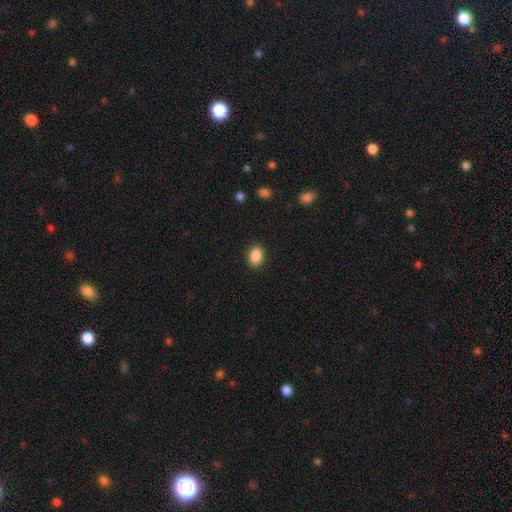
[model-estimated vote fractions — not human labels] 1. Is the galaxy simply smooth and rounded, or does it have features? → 88% smooth, 8% star or artifact, 4% featured or disk.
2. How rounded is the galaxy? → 75% in between, 23% round, 1% cigar-shaped.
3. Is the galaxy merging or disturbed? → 89% none, 8% minor disturbance, 2% major disturbance, 1% merger.